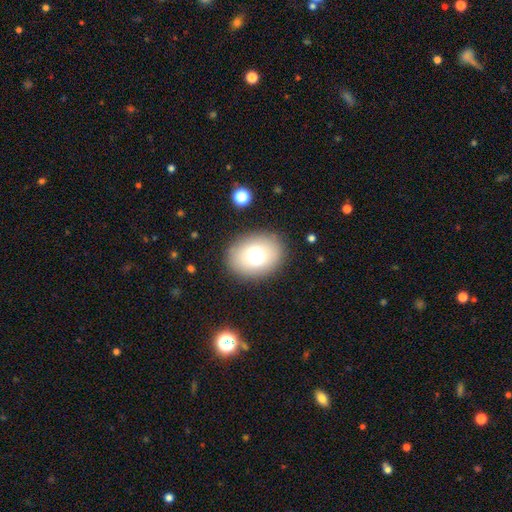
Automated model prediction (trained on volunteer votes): Smooth or featured: smooth — 71% (featured or disk — 17%)
How rounded: in between — 56% (round — 43%)
Merging: none — 84% (minor disturbance — 10%)